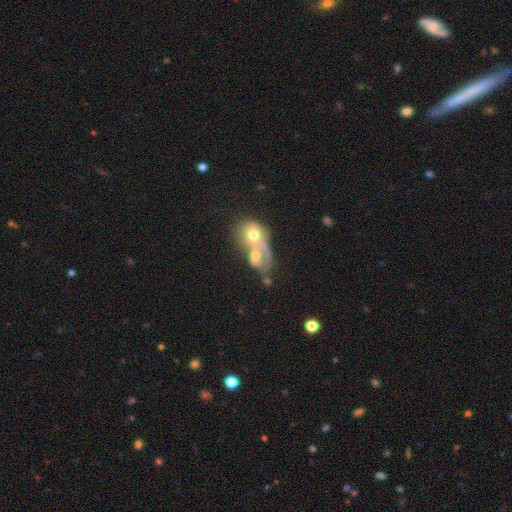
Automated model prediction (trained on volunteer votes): smooth-or-featured: smooth: 51% | featured or disk: 39% | star or artifact: 10%
  how-rounded: in between: 57% | round: 41% | cigar-shaped: 2%
  merging: merger: 75% | none: 10% | major disturbance: 9% | minor disturbance: 6%